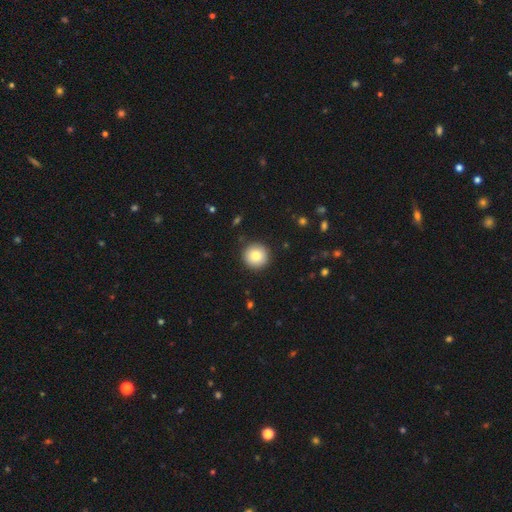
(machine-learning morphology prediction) Smooth or featured: smooth — 82% (featured or disk — 9%)
How rounded: round — 95% (in between — 4%)
Merging: none — 92% (minor disturbance — 6%)